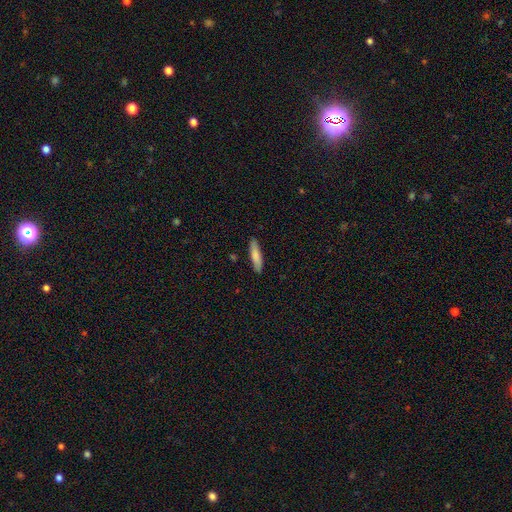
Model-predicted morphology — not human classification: type=smooth (81%); roundness=cigar-shaped (81%); merging=none (88%).